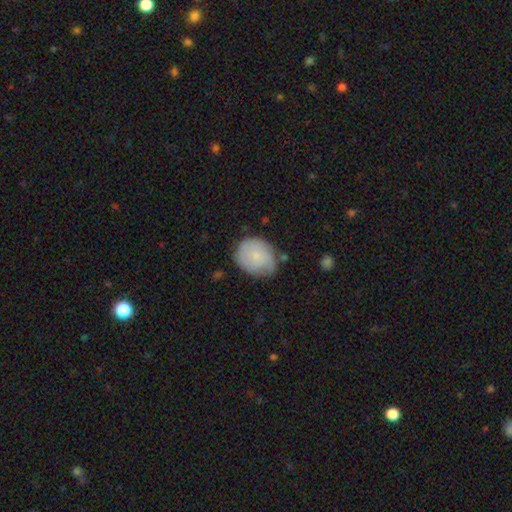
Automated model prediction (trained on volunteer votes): Smooth or featured? Predicted: smooth (p=0.66). How rounded? Predicted: round (p=0.60). Merging? Predicted: none (p=0.58).